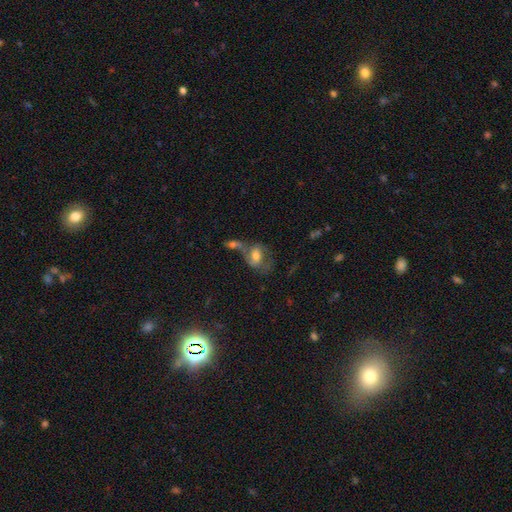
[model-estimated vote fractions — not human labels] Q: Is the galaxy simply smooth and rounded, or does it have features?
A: smooth — 51%.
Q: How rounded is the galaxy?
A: in between — 77%.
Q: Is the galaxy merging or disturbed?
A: merger — 45%.